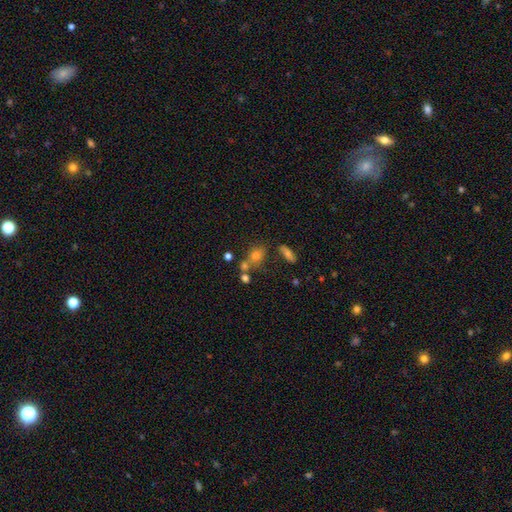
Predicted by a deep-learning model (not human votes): Smooth or featured?
  - smooth: 66% *
  - star or artifact: 21%
  - featured or disk: 13%
How rounded?
  - round: 48% *
  - in between: 47%
  - cigar-shaped: 4%
Merging?
  - none: 55% *
  - merger: 25%
  - minor disturbance: 13%
  - major disturbance: 6%